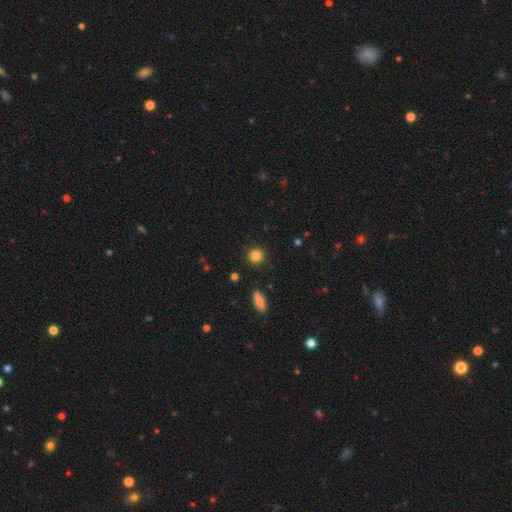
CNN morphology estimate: A smooth galaxy with no disk features (85%) that is round (91%). Merging: none (90%).